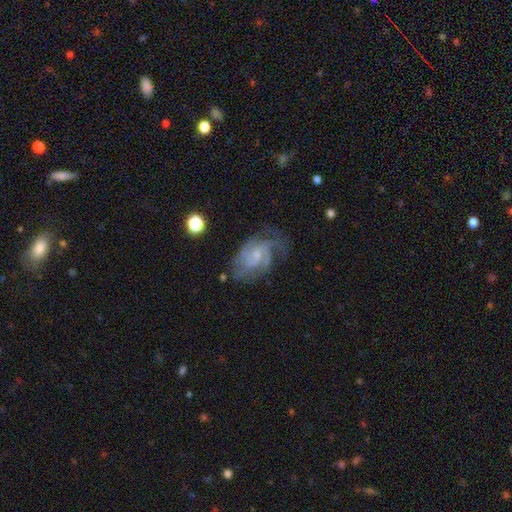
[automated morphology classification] type=featured or disk (79%); edge-on=no (97%); bar=no (50%); spiral arms=yes (92%); winding=medium (46%); arm count=2 (32%); bulge=small (64%); merging=none (55%).